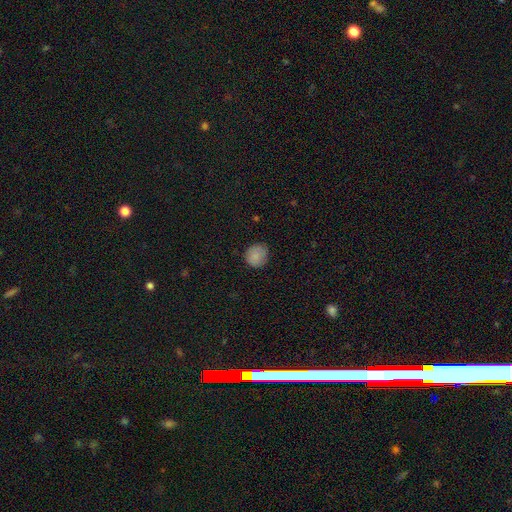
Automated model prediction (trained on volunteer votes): smooth_or_featured: smooth (p=0.86) [alt: star or artifact p=0.09]
how_rounded: round (p=0.86) [alt: in between p=0.13]
merging: none (p=0.83) [alt: minor disturbance p=0.14]